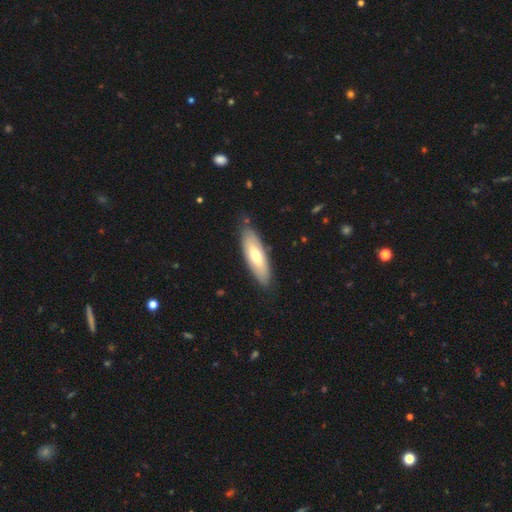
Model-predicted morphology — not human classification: Smooth or featured: smooth — 59% (featured or disk — 35%)
How rounded: in between — 58% (cigar-shaped — 41%)
Merging: none — 83% (minor disturbance — 13%)